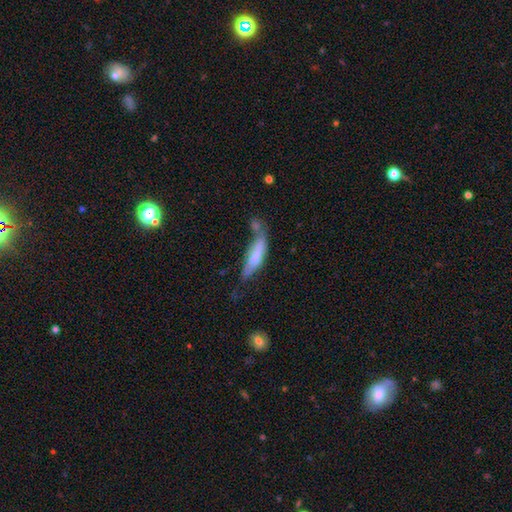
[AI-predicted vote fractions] Overall: smooth (62%; featured or disk 30%). How rounded: cigar-shaped (67%; in between 31%). Merging: none (30%; merger 26%).